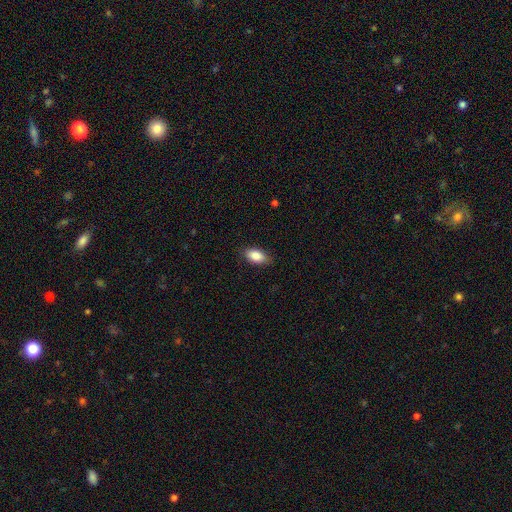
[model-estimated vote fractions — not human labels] Smooth or featured? Predicted: smooth (p=0.86). How rounded? Predicted: in between (p=0.91). Merging? Predicted: none (p=0.84).